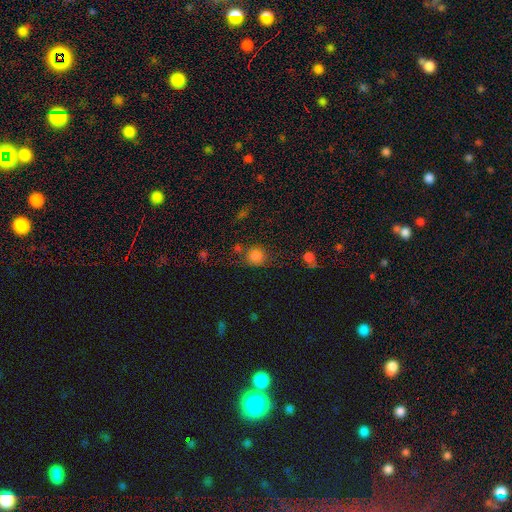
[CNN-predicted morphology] A smooth galaxy with no disk features (80%) that is round (85%). Merging: none (65%).